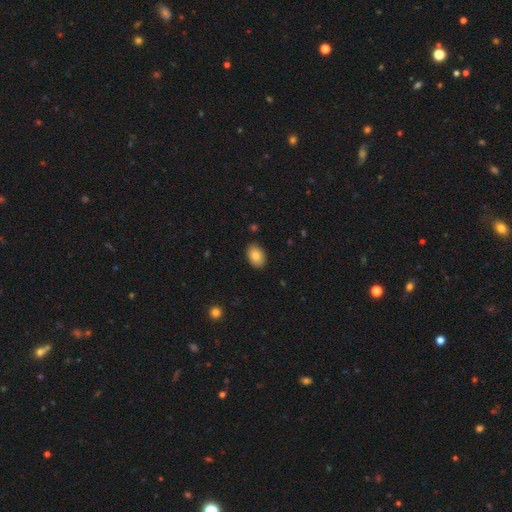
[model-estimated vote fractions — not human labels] This appears to be a smooth galaxy with no disk features (85%) that is in between round and cigar-shaped (84%). Merging: none (88%).